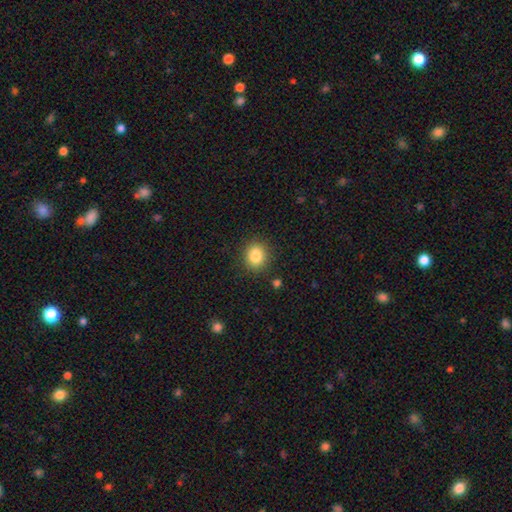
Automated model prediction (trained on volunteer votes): Q: Smooth or featured?
A: smooth (84%); runner-up: star or artifact (10%)
Q: How rounded?
A: round (75%); runner-up: in between (24%)
Q: Merging?
A: none (88%); runner-up: minor disturbance (8%)